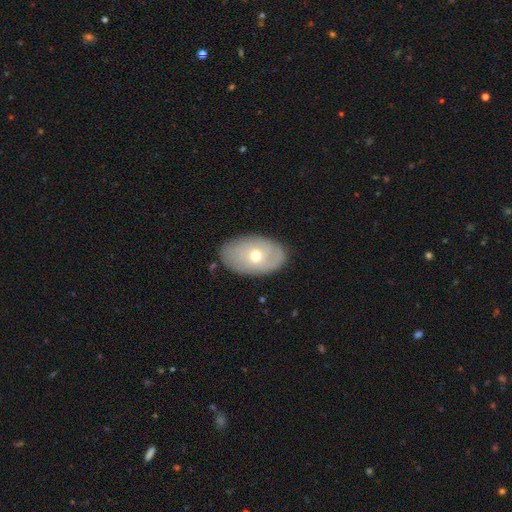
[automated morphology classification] smooth-or-featured: smooth: 48% | featured or disk: 45% | star or artifact: 7%
  merging: none: 81% | minor disturbance: 14% | major disturbance: 4% | merger: 1%